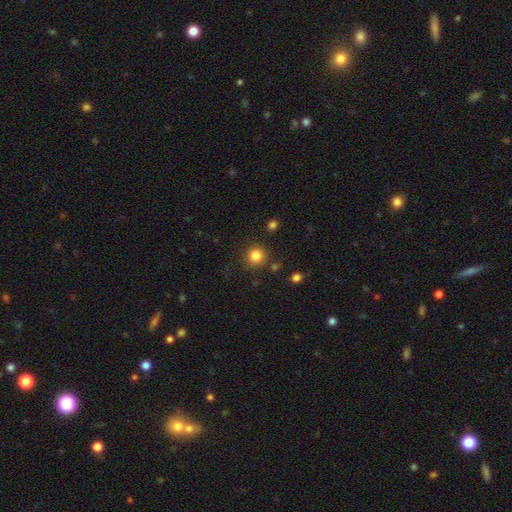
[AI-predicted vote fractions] smooth 83%, star or artifact 12%, featured or disk 5%. Down the decision tree: how rounded — round (92%); merging — none (85%).